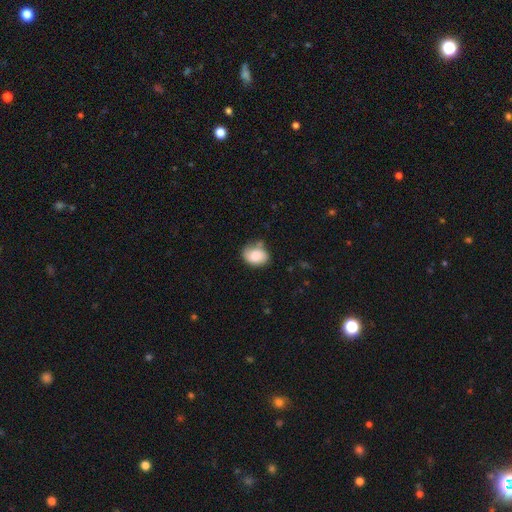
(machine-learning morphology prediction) Smooth or featured: smooth — 73% (featured or disk — 19%)
How rounded: in between — 66% (round — 33%)
Merging: none — 56% (minor disturbance — 28%)